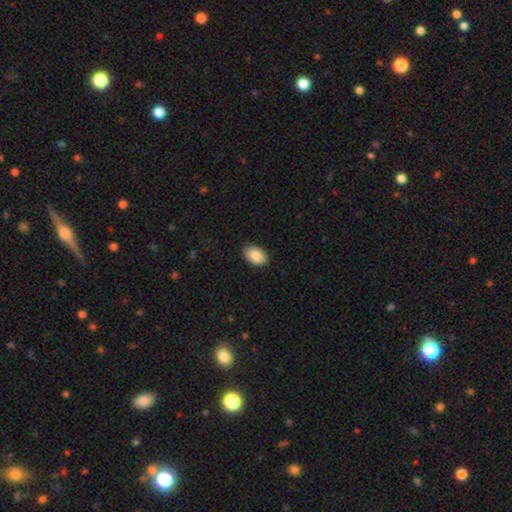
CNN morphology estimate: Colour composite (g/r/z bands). It shows a smooth galaxy with no disk features (87%) that is in between round and cigar-shaped (92%). Merging: none (87%).